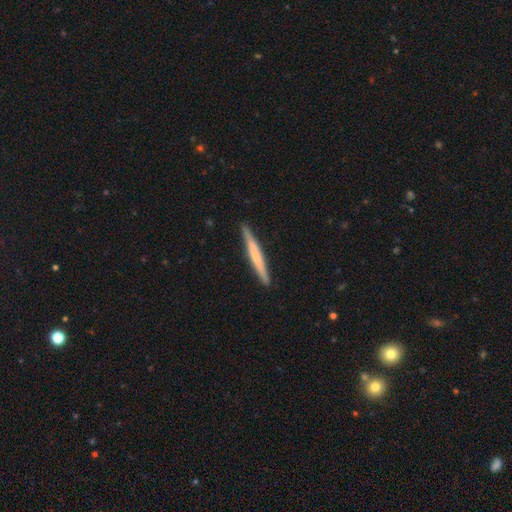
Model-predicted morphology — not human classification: Q: Smooth or featured?
A: smooth (50%); runner-up: featured or disk (45%)
Q: How rounded?
A: cigar-shaped (97%); runner-up: in between (2%)
Q: Merging?
A: none (91%); runner-up: minor disturbance (7%)